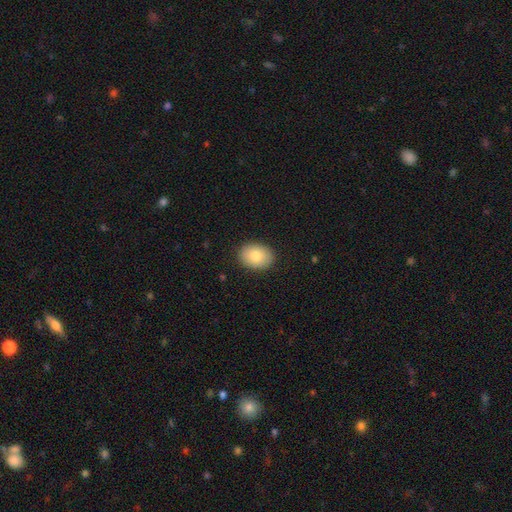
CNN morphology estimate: smooth_or_featured: smooth (p=0.81) [alt: featured or disk p=0.12]
how_rounded: in between (p=0.75) [alt: round p=0.24]
merging: none (p=0.89) [alt: minor disturbance p=0.08]